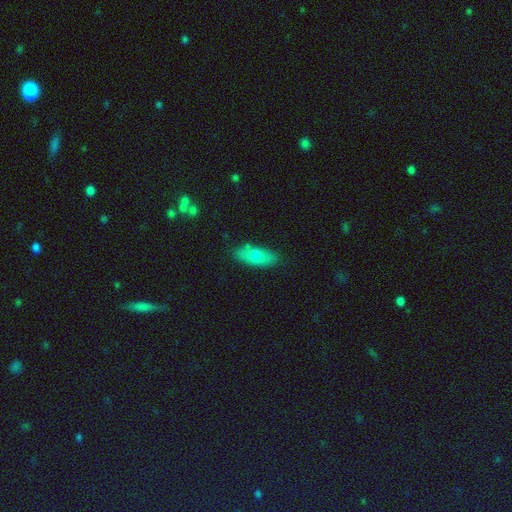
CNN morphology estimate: Smooth or featured: smooth — 69% (featured or disk — 24%)
How rounded: in between — 81% (cigar-shaped — 15%)
Merging: none — 78% (minor disturbance — 16%)